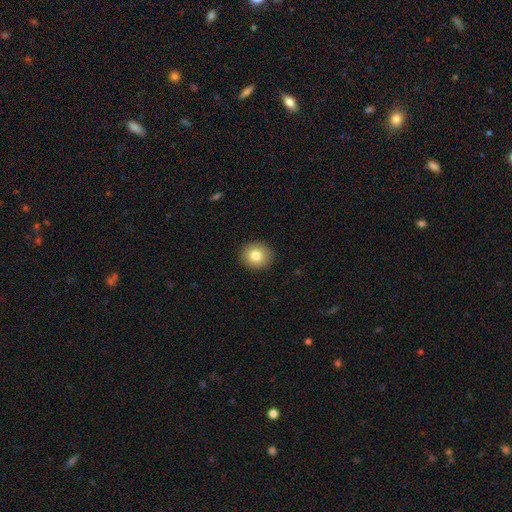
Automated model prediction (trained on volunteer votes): Smooth or featured? Predicted: smooth (p=0.81). How rounded? Predicted: round (p=0.86). Merging? Predicted: none (p=0.92).